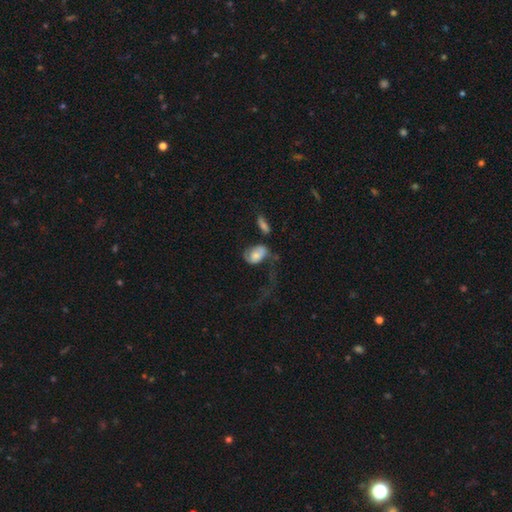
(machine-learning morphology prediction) smooth 55%, featured or disk 37%, star or artifact 8%. Down the decision tree: how rounded — in between (87%); merging — major disturbance (46%).